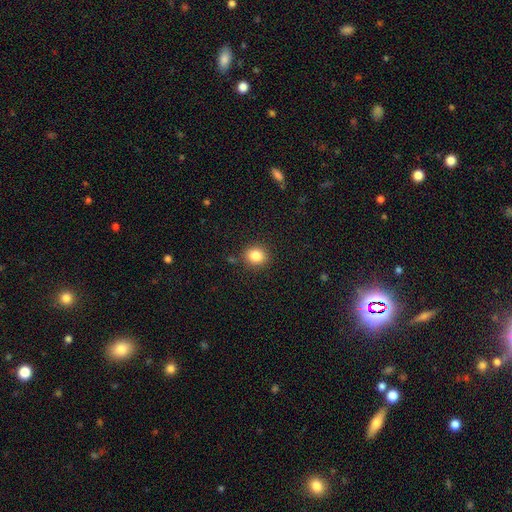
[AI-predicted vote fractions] smooth_or_featured: smooth (p=0.84) [alt: star or artifact p=0.11]
how_rounded: round (p=0.79) [alt: in between p=0.20]
merging: none (p=0.87) [alt: minor disturbance p=0.08]